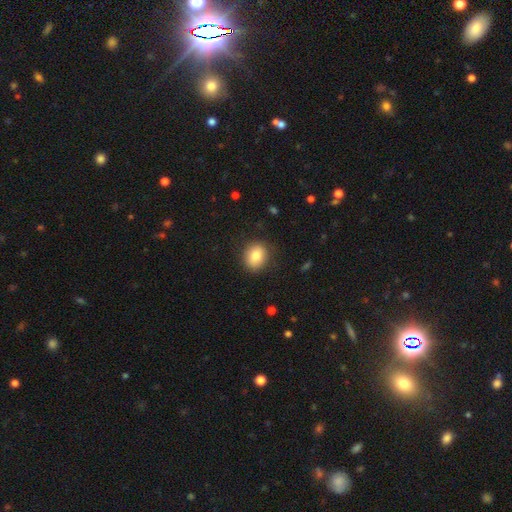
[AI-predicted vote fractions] Overall: smooth (82%). How rounded: round (63%; in between 36%). Merging: none (85%).